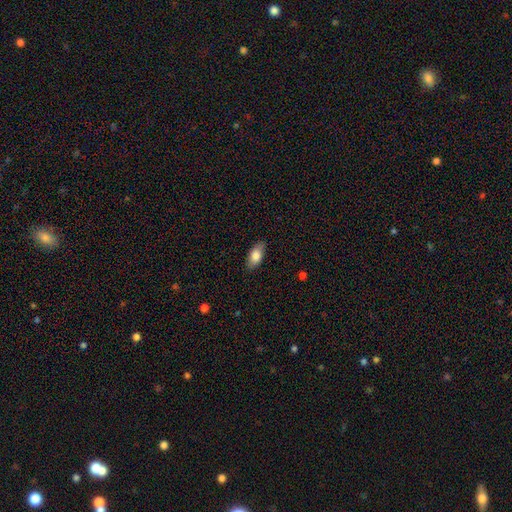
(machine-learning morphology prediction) Smooth or featured: smooth — 80% (featured or disk — 13%)
How rounded: in between — 89% (cigar-shaped — 8%)
Merging: none — 86% (minor disturbance — 11%)